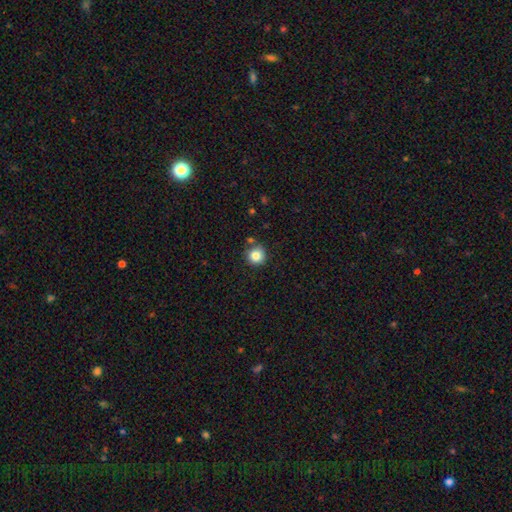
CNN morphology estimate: Smooth or featured: smooth — 84% (star or artifact — 11%)
How rounded: round — 94% (in between — 5%)
Merging: none — 80% (minor disturbance — 10%)